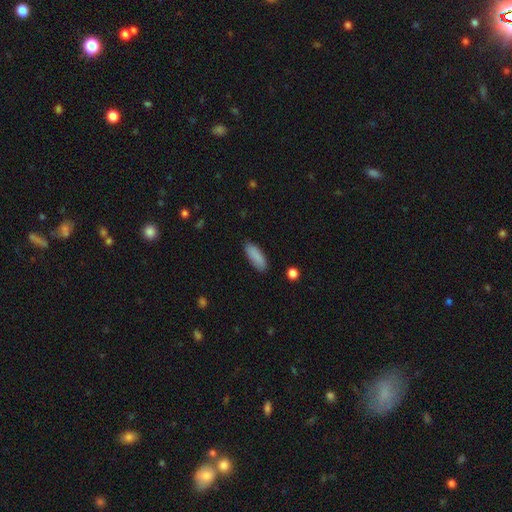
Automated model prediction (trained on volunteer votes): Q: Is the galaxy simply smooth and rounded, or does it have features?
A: smooth — 89%.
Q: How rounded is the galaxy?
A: in between — 68%.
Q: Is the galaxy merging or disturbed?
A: none — 85%.